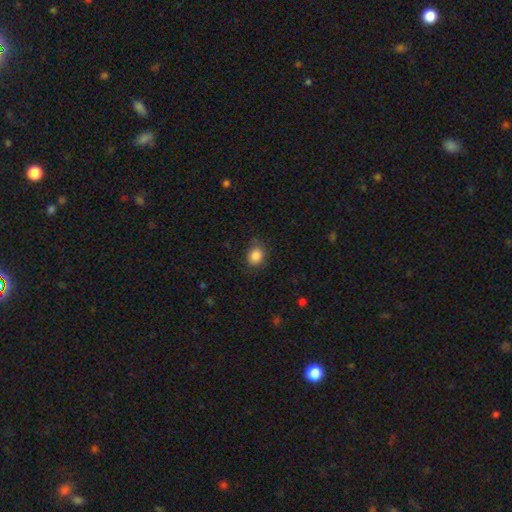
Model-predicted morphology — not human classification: This appears to be a smooth galaxy with no disk features (87%) that is round (65%). Merging: none (81%).